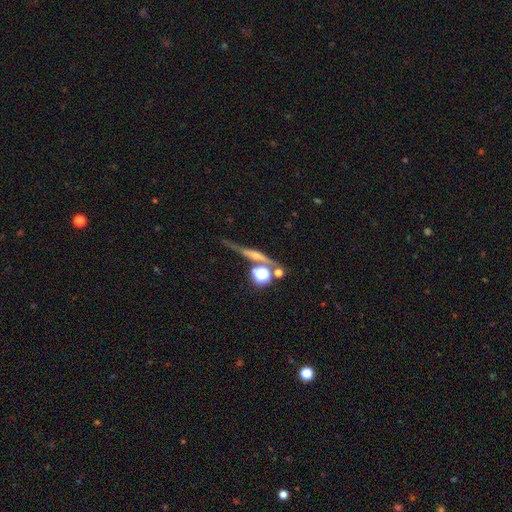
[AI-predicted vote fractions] smooth_or_featured: featured or disk (p=0.61) [alt: star or artifact p=0.22]
disk_edge_on: yes (p=0.91) [alt: no p=0.09]
edge_on_bulge: rounded (p=0.71) [alt: none p=0.18]
merging: none (p=0.74) [alt: minor disturbance p=0.11]